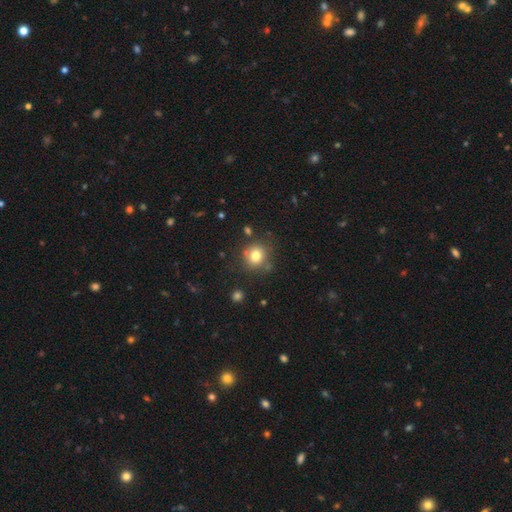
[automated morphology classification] The model was most divided on "merging": none: 75%, minor disturbance: 15%, merger: 6%, major disturbance: 5%. More confident: how rounded — round (86%); smooth or featured — smooth (79%).